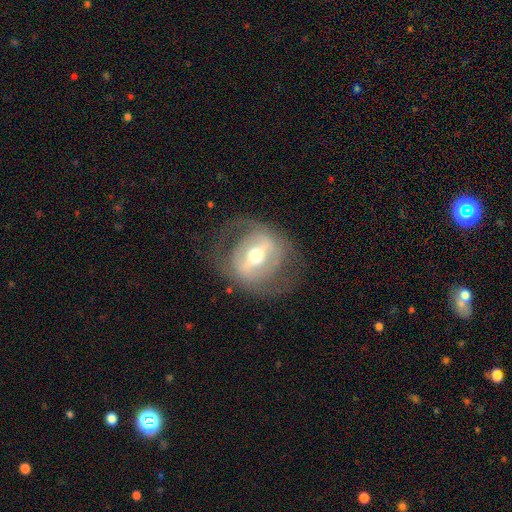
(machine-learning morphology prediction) Q: Smooth or featured?
A: featured or disk (74%); runner-up: smooth (19%)
Q: Edge-on disk?
A: no (93%); runner-up: yes (7%)
Q: Bar?
A: strong (58%); runner-up: weak (28%)
Q: Spiral arms?
A: no (51%); runner-up: yes (49%)
Q: Bulge size?
A: moderate (68%); runner-up: small (22%)
Q: Merging?
A: none (69%); runner-up: minor disturbance (15%)